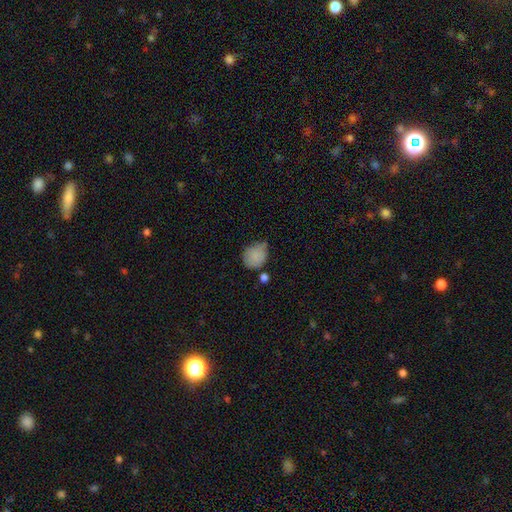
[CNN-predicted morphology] A smooth galaxy with no disk features (84%) that is round (64%). Merging: none (48%).